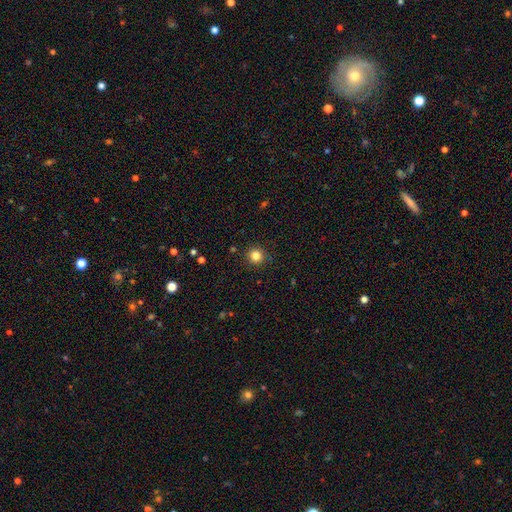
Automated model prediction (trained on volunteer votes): smooth-or-featured: smooth: 84% | star or artifact: 12% | featured or disk: 4%
  how-rounded: round: 95% | in between: 4% | cigar-shaped: 1%
  merging: none: 91% | minor disturbance: 6% | major disturbance: 2% | merger: 1%